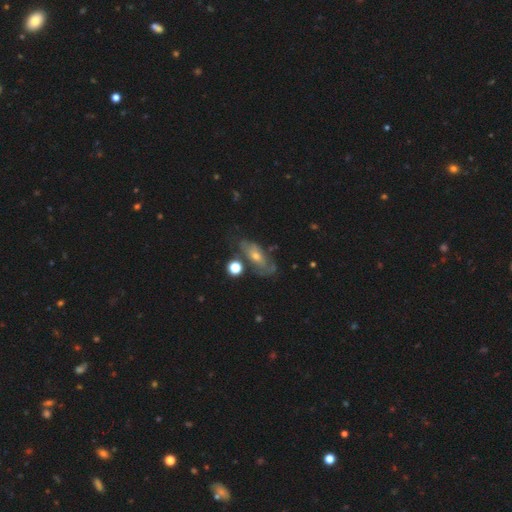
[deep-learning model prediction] A featured or disk galaxy (55%). Merging: none (55%).